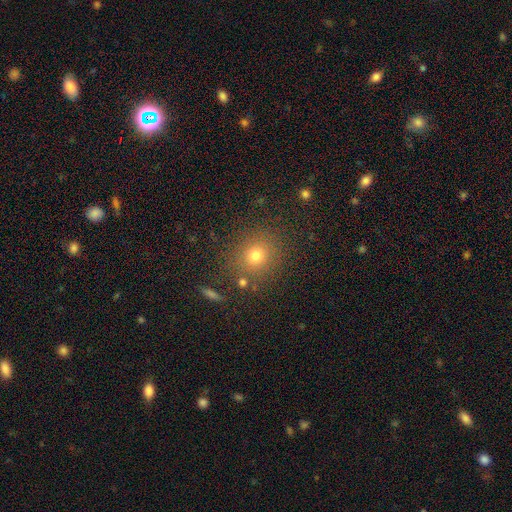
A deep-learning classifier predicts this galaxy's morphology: Smooth or featured: smooth — 74% (star or artifact — 17%)
How rounded: round — 82% (in between — 17%)
Merging: none — 83% (minor disturbance — 9%)